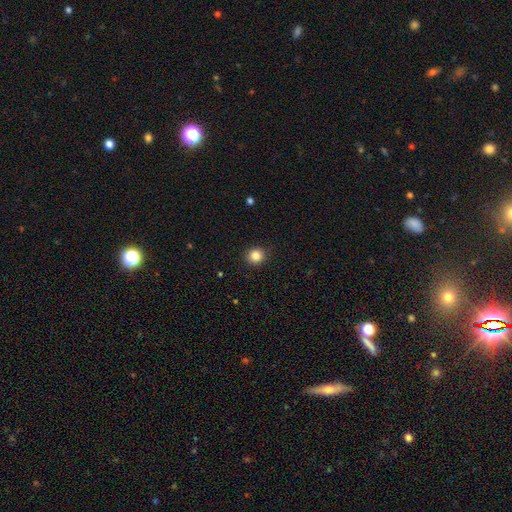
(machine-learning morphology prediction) Smooth or featured?
  - smooth: 84% *
  - star or artifact: 11%
  - featured or disk: 5%
How rounded?
  - round: 87% *
  - in between: 12%
  - cigar-shaped: 1%
Merging?
  - none: 90% *
  - minor disturbance: 7%
  - major disturbance: 2%
  - merger: 1%